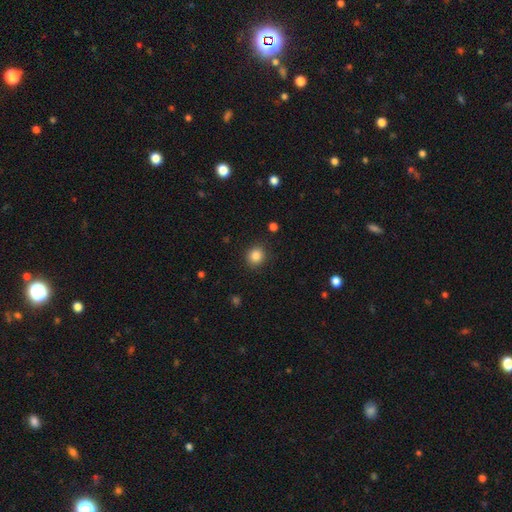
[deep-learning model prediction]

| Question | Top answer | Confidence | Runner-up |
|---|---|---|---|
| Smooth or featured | smooth | 85% | star or artifact (11%) |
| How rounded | round | 85% | in between (14%) |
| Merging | none | 89% | minor disturbance (7%) |